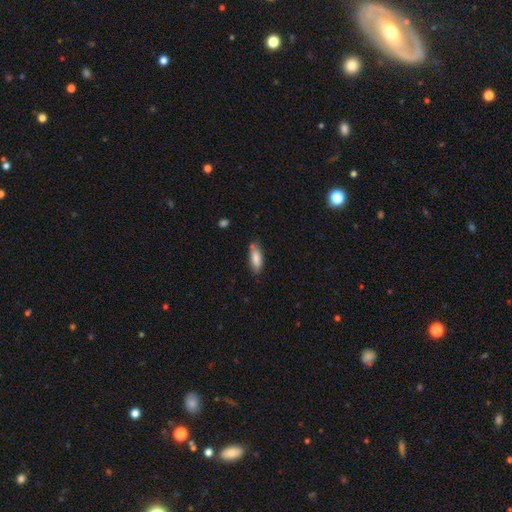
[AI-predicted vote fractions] A smooth galaxy with no disk features (83%) that is in between round and cigar-shaped (62%).

Vote fractions:
- Smooth or featured? smooth: 83% / featured or disk: 11% / star or artifact: 6%
- How rounded? in between: 62% / cigar-shaped: 36% / round: 2%
- Merging? none: 74% / minor disturbance: 19% / merger: 4% / major disturbance: 3%